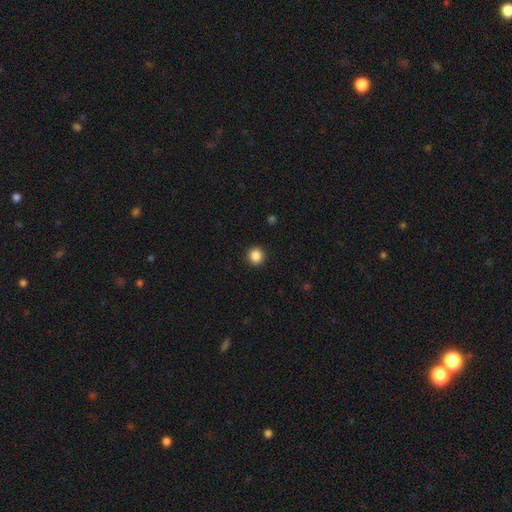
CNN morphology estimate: Smooth or featured?
  - smooth: 86% *
  - star or artifact: 10%
  - featured or disk: 3%
How rounded?
  - round: 93% *
  - in between: 6%
  - cigar-shaped: 1%
Merging?
  - none: 93% *
  - minor disturbance: 4%
  - major disturbance: 2%
  - merger: 1%